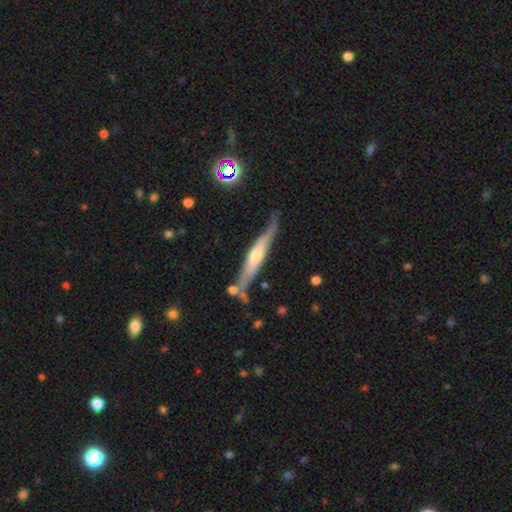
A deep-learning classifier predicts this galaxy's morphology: featured or disk 64%, smooth 29%, star or artifact 7%. Down the decision tree: edge-on disk — yes (92%); edge-on bulge — rounded (64%); merging — none (70%).